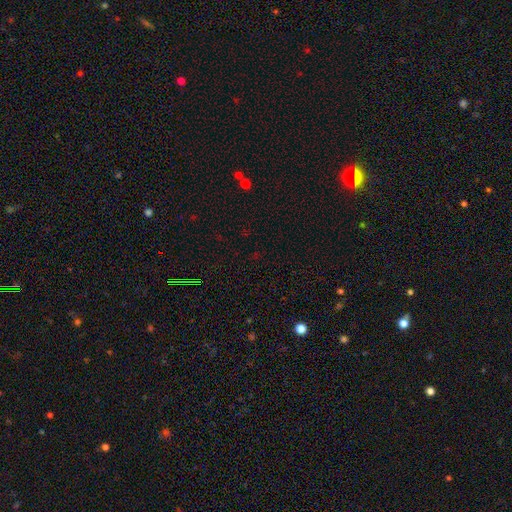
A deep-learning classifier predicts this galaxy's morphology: Overall: star or artifact (71%).